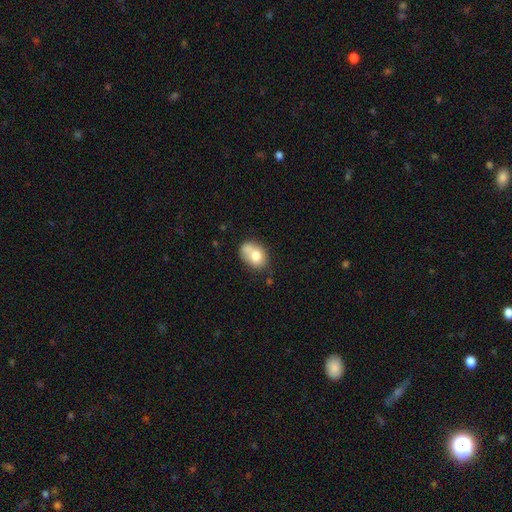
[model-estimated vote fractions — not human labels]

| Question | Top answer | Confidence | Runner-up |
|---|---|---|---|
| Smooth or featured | smooth | 74% | featured or disk (17%) |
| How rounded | in between | 72% | round (27%) |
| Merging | none | 40% | merger (28%) |